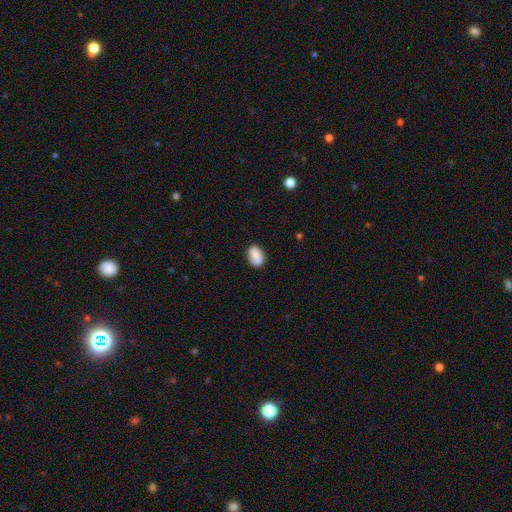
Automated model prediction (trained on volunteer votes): The model was most divided on "merging": none: 79%, minor disturbance: 15%, major disturbance: 3%, merger: 3%. More confident: smooth or featured — smooth (83%); how rounded — in between (83%).